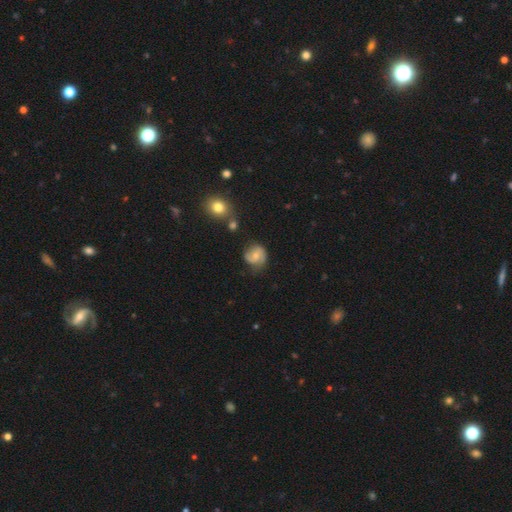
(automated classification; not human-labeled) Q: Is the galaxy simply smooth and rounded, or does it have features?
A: featured or disk — 52%.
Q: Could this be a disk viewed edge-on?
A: no — 98%.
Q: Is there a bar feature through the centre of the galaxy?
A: no — 58%.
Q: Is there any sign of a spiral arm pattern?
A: yes — 86%.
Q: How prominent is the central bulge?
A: small — 47%.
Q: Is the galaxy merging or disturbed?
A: none — 65%.